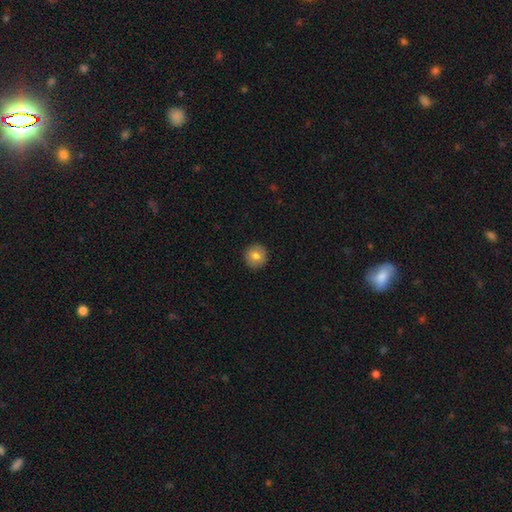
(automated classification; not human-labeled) Smooth or featured? smooth (81%)
How rounded? round (92%)
Merging? none (91%)